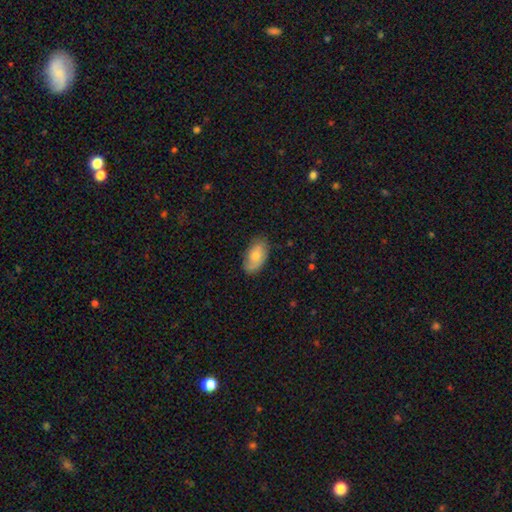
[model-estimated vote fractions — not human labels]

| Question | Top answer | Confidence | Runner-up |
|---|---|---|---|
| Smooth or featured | smooth | 70% | featured or disk (23%) |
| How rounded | in between | 93% | round (4%) |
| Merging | none | 77% | minor disturbance (18%) |